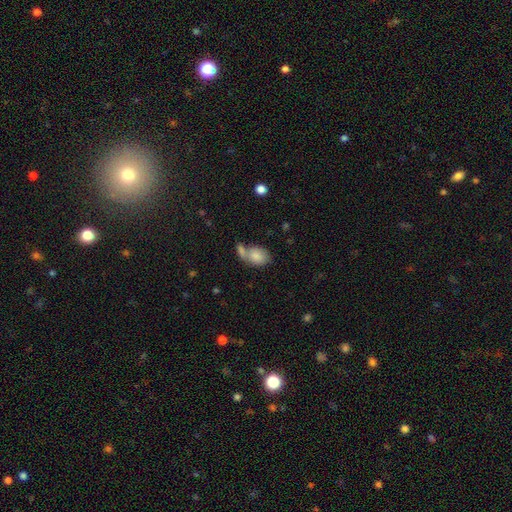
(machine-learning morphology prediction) A smooth galaxy with no disk features (83%) that is in between round and cigar-shaped (74%).

Vote fractions:
- Smooth or featured? smooth: 83% / featured or disk: 10% / star or artifact: 7%
- How rounded? in between: 74% / round: 25% / cigar-shaped: 1%
- Merging? merger: 41% / none: 40% / minor disturbance: 13% / major disturbance: 6%